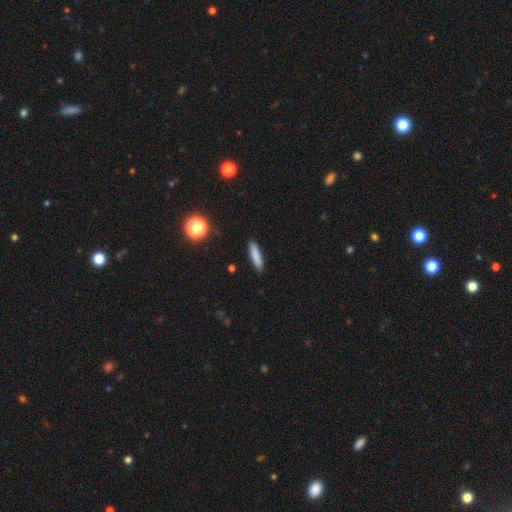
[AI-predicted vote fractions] smooth 82%, featured or disk 9%, star or artifact 9%. Down the decision tree: how rounded — cigar-shaped (83%); merging — none (89%).